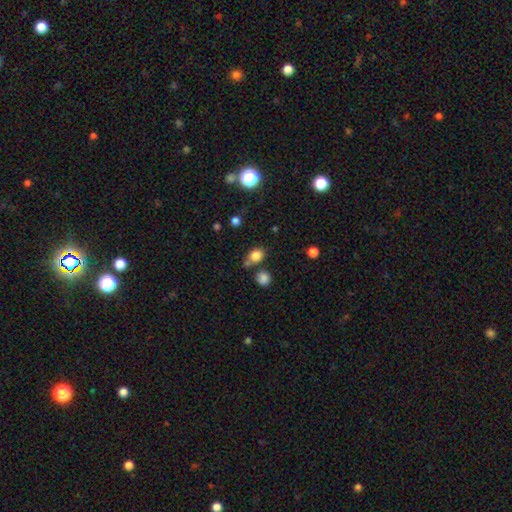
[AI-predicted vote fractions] The model was most divided on "how rounded": round: 51%, in between: 48%, cigar-shaped: 1%. More confident: smooth or featured — smooth (81%); merging — none (62%).